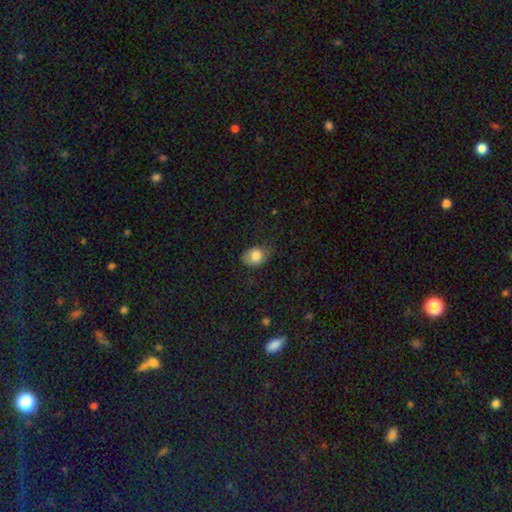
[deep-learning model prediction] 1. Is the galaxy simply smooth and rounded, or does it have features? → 82% smooth, 9% featured or disk, 8% star or artifact.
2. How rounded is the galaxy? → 60% in between, 39% round, 1% cigar-shaped.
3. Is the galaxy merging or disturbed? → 59% none, 30% minor disturbance, 9% major disturbance, 1% merger.